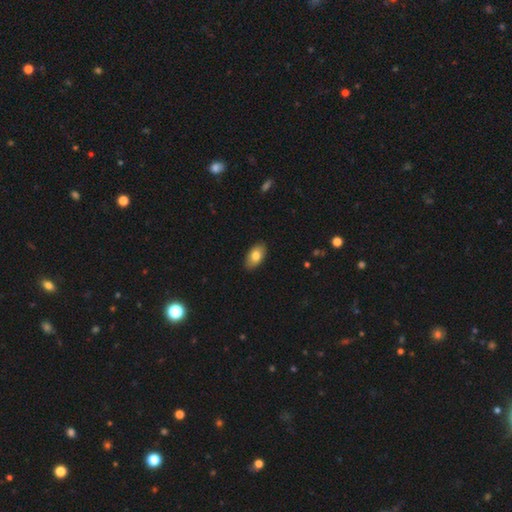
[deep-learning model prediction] Overall: smooth (80%). How rounded: in between (93%). Merging: none (88%).